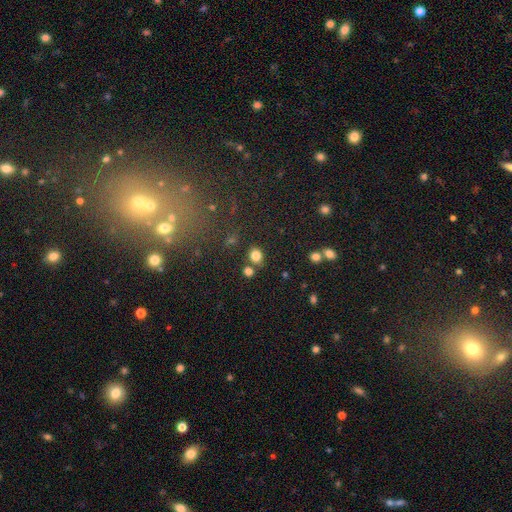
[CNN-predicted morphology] A smooth galaxy with no disk features (81%) that is round (70%). Merging: none (75%).